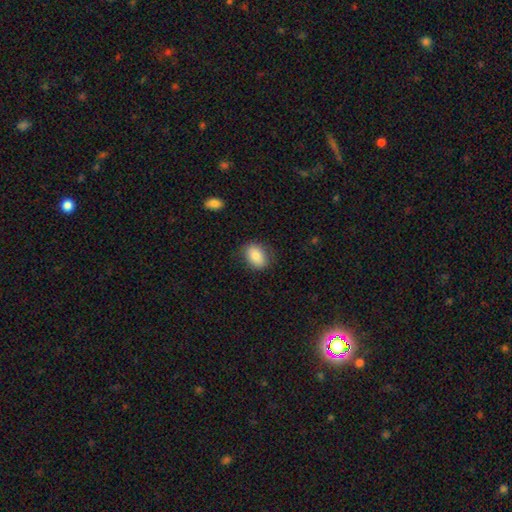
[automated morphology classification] This is clearly a smooth galaxy (83%). How rounded: likely in between (77%). Merging: clearly none (81%).